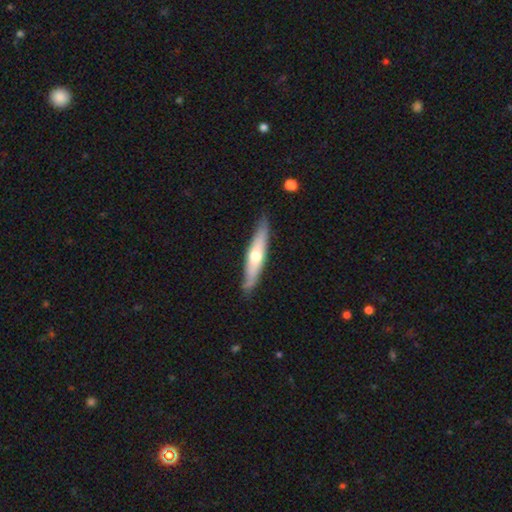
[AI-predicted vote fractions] Smooth or featured?
  - featured or disk: 48% *
  - smooth: 47%
  - star or artifact: 5%
Merging?
  - none: 84% *
  - minor disturbance: 13%
  - major disturbance: 2%
  - merger: 2%